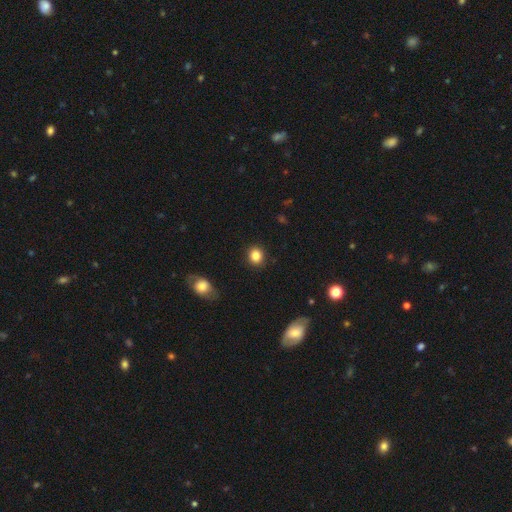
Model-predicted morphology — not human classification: Smooth or featured? Predicted: smooth (p=0.85). How rounded? Predicted: round (p=0.82). Merging? Predicted: none (p=0.90).